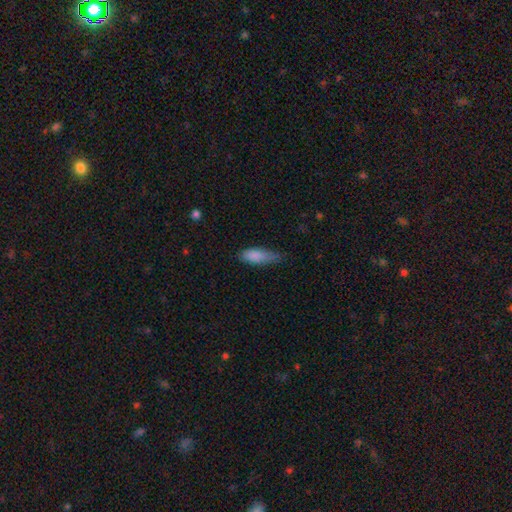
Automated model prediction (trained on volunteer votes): A smooth galaxy with no disk features (85%) that is in between round and cigar-shaped (70%). Merging: none (48%).